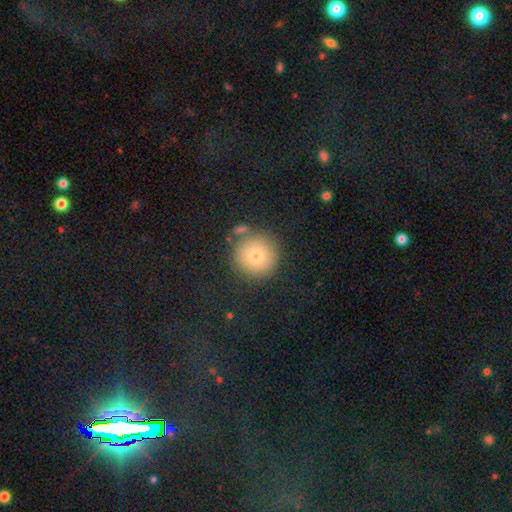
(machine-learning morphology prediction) This appears to be a smooth galaxy with no disk features (78%) that is round (95%). Merging: none (79%).